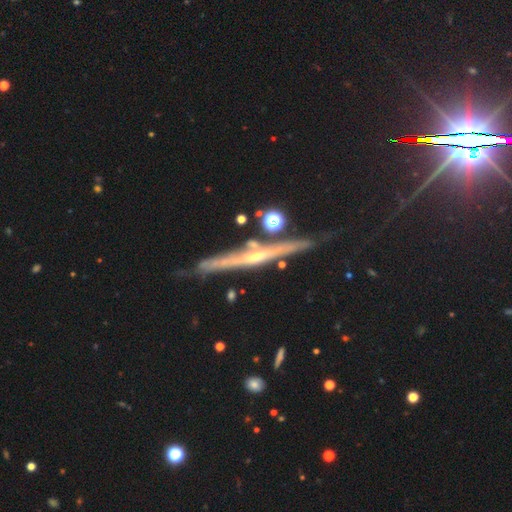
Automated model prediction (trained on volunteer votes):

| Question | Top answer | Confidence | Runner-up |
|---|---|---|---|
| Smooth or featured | featured or disk | 77% | smooth (12%) |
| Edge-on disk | yes | 96% | no (4%) |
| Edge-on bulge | rounded | 56% | none (37%) |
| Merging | none | 81% | minor disturbance (12%) |